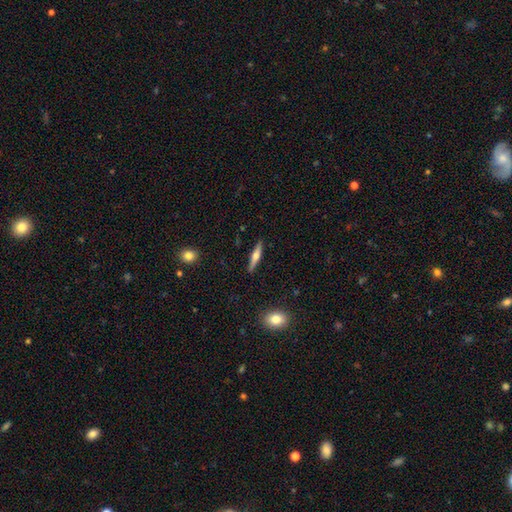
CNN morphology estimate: smooth-or-featured: featured or disk: 54% | smooth: 40% | star or artifact: 6%
  disk-edge-on: yes: 96% | no: 4%
    edge-on-bulge: rounded: 90% | boxy: 5% | none: 4%
  merging: none: 90% | minor disturbance: 7% | major disturbance: 2% | merger: 1%